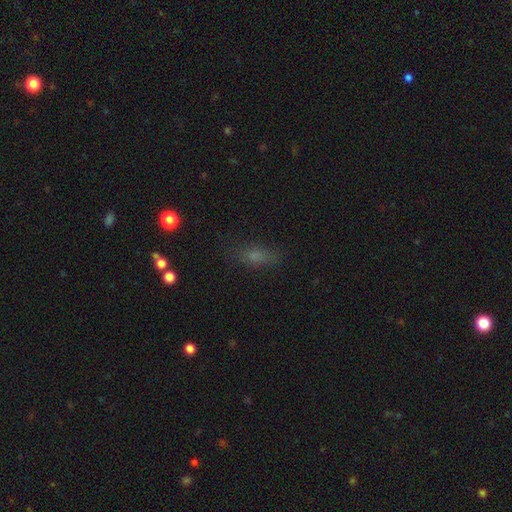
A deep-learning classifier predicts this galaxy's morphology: smooth 68%, star or artifact 18%, featured or disk 14%. Down the decision tree: how rounded — in between (68%); merging — none (75%).